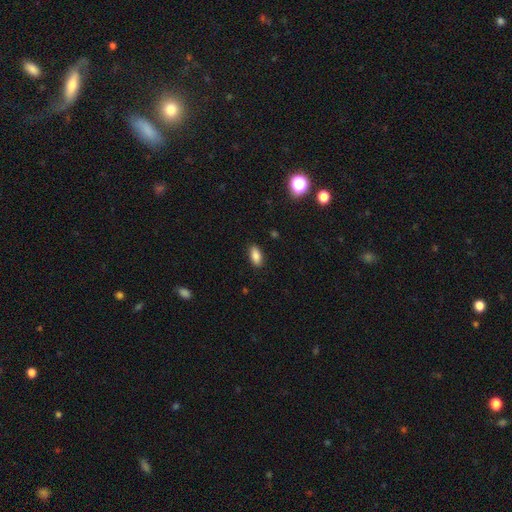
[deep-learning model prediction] Overall: smooth (87%). How rounded: in between (89%). Merging: none (88%).